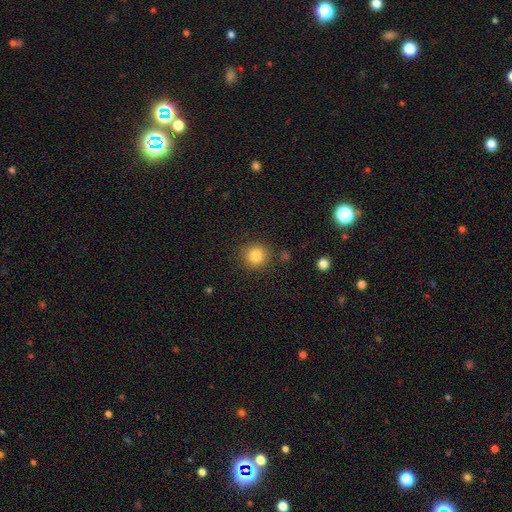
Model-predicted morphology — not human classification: smooth-or-featured: smooth: 83% | star or artifact: 11% | featured or disk: 6%
  how-rounded: round: 93% | in between: 6% | cigar-shaped: 1%
  merging: none: 87% | minor disturbance: 8% | major disturbance: 3% | merger: 2%